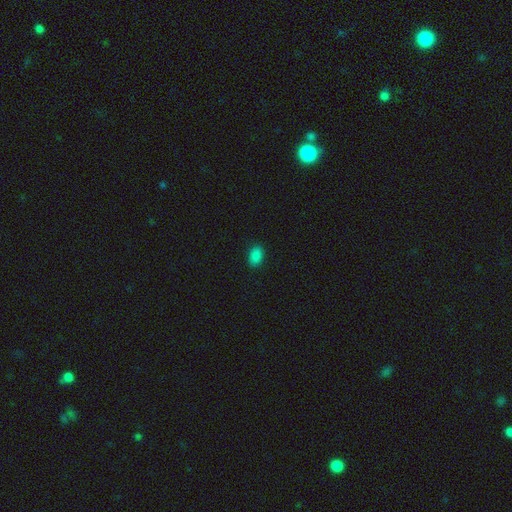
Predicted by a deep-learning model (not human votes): This appears to be a smooth galaxy with no disk features (86%) that is in between round and cigar-shaped (89%). Merging: none (89%).